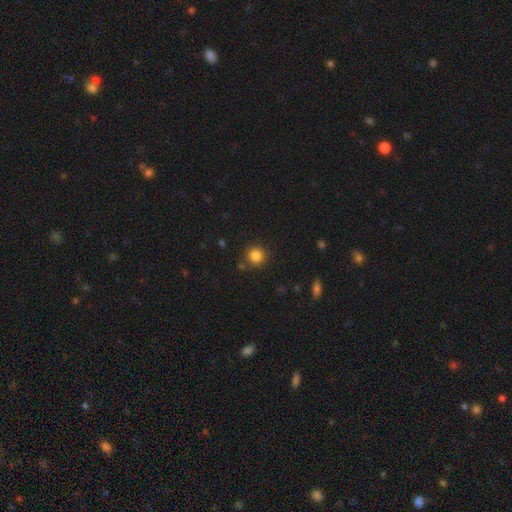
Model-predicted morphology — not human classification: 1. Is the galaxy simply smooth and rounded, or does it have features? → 84% smooth, 12% star or artifact, 4% featured or disk.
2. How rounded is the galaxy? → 93% round, 6% in between, 1% cigar-shaped.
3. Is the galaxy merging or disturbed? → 87% none, 7% minor disturbance, 3% merger, 3% major disturbance.